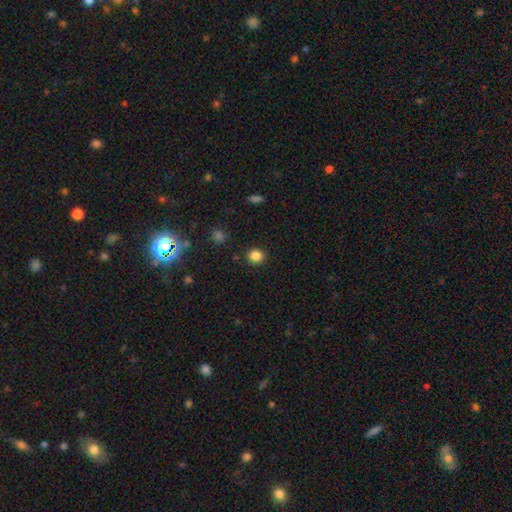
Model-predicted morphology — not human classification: Q: Smooth or featured?
A: smooth (84%); runner-up: star or artifact (12%)
Q: How rounded?
A: round (87%); runner-up: in between (12%)
Q: Merging?
A: none (90%); runner-up: minor disturbance (6%)